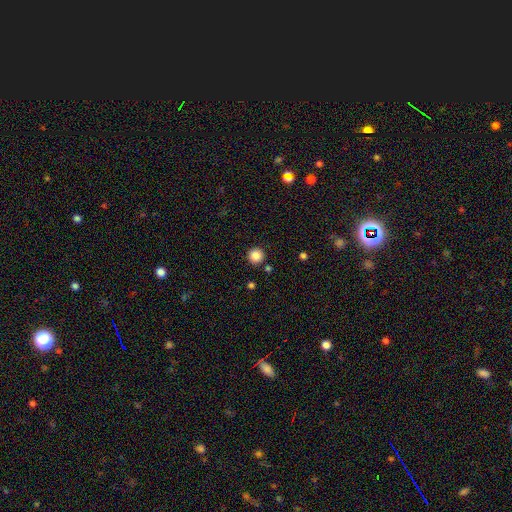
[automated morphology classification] A smooth galaxy with no disk features (86%) that is round (96%).

Vote fractions:
- Smooth or featured? smooth: 86% / star or artifact: 11% / featured or disk: 4%
- How rounded? round: 96% / in between: 3% / cigar-shaped: 1%
- Merging? none: 91% / minor disturbance: 5% / merger: 2% / major disturbance: 2%